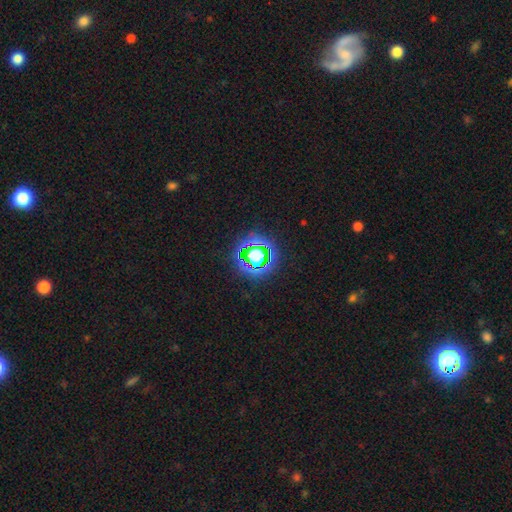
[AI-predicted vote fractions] Q: Smooth or featured?
A: star or artifact (57%); runner-up: smooth (30%)